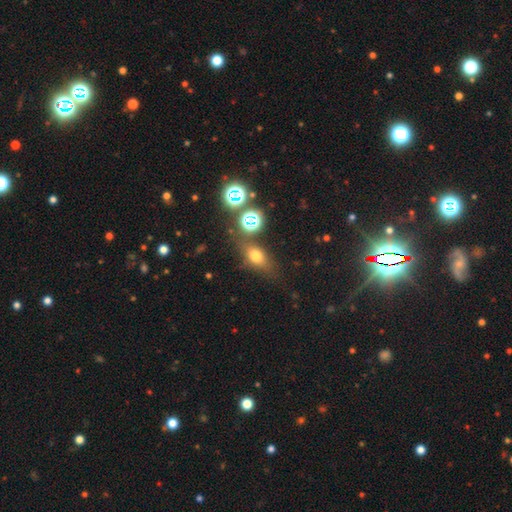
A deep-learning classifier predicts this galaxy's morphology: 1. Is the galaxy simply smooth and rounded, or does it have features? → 65% smooth, 21% star or artifact, 14% featured or disk.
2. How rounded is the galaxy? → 65% in between, 28% round, 7% cigar-shaped.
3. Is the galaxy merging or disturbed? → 68% none, 16% minor disturbance, 8% merger, 7% major disturbance.